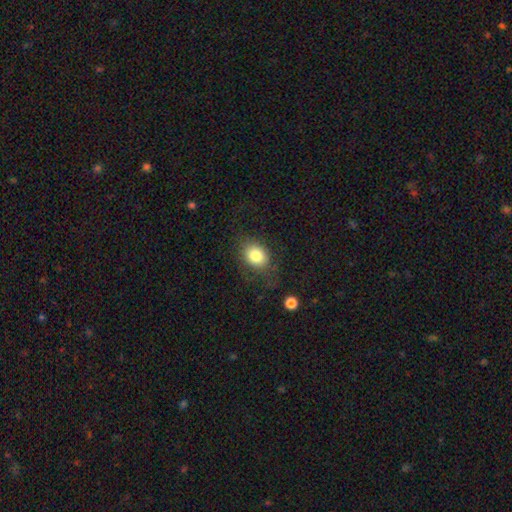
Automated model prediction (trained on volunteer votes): Smooth or featured? smooth (81%)
How rounded? in between (56%)
Merging? none (69%)